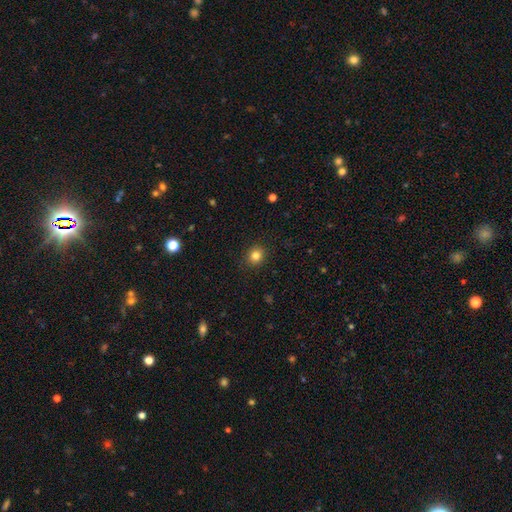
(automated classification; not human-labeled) Smooth or featured?
  - smooth: 83% *
  - star or artifact: 12%
  - featured or disk: 5%
How rounded?
  - round: 78% *
  - in between: 21%
  - cigar-shaped: 1%
Merging?
  - none: 90% *
  - minor disturbance: 7%
  - major disturbance: 2%
  - merger: 1%